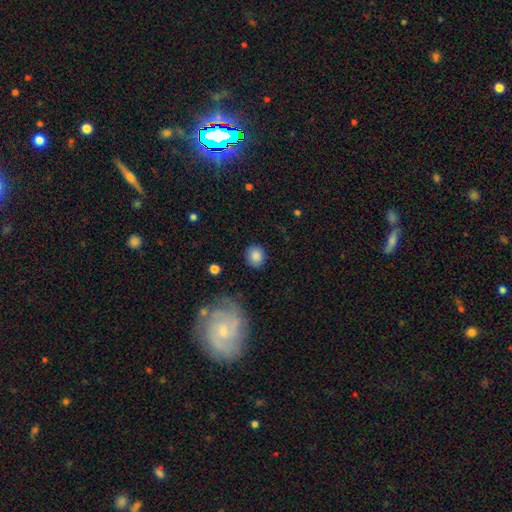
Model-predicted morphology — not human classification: smooth-or-featured: smooth: 86% | star or artifact: 8% | featured or disk: 6%
  how-rounded: round: 76% | in between: 23% | cigar-shaped: 1%
  merging: none: 84% | minor disturbance: 11% | major disturbance: 4% | merger: 2%